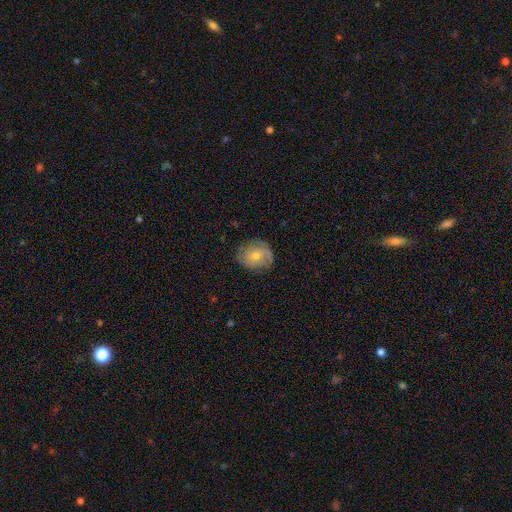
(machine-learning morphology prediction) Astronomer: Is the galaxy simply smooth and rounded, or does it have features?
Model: featured or disk — 47% (runner-up: smooth, 44%).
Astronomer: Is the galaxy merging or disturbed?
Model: none — 73%.